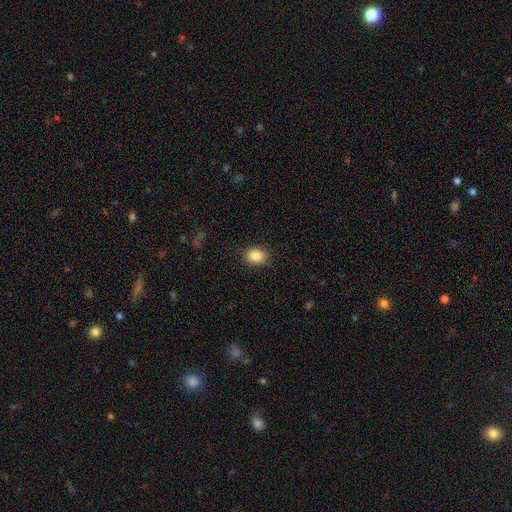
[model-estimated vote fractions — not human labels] Q: Smooth or featured?
A: smooth (86%); runner-up: star or artifact (9%)
Q: How rounded?
A: in between (57%); runner-up: round (42%)
Q: Merging?
A: none (88%); runner-up: minor disturbance (8%)